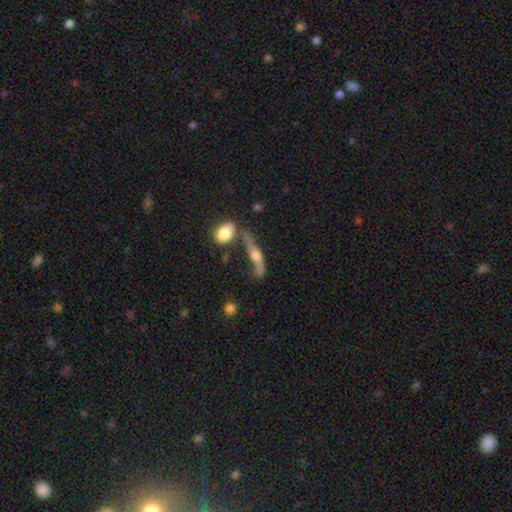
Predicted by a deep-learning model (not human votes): A featured or disk galaxy (70%) viewed edge-on (78%) with a rounded central bulge (92%).

Vote fractions:
- Smooth or featured? featured or disk: 70% / smooth: 21% / star or artifact: 9%
- Edge-on disk? yes: 78% / no: 22%
- Edge-on bulge? rounded: 92% / boxy: 4% / none: 4%
- Merging? none: 49% / minor disturbance: 19% / merger: 18% / major disturbance: 14%